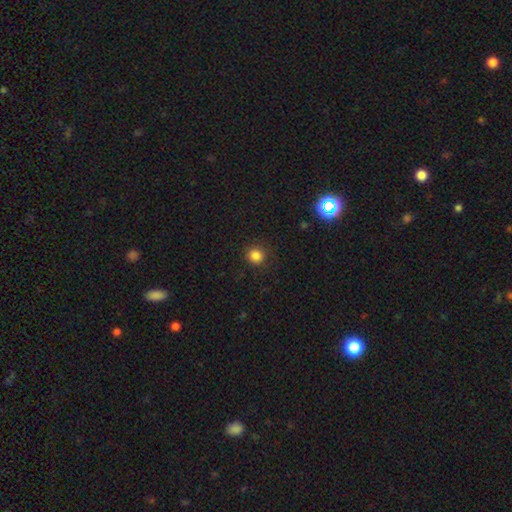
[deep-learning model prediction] Q: Smooth or featured?
A: smooth (84%); runner-up: star or artifact (13%)
Q: How rounded?
A: round (91%); runner-up: in between (8%)
Q: Merging?
A: none (88%); runner-up: minor disturbance (8%)